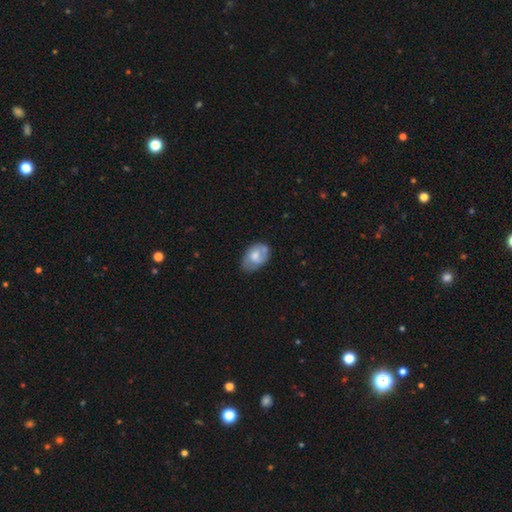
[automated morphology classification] Smooth or featured? smooth (58%)
How rounded? in between (86%)
Merging? none (53%)